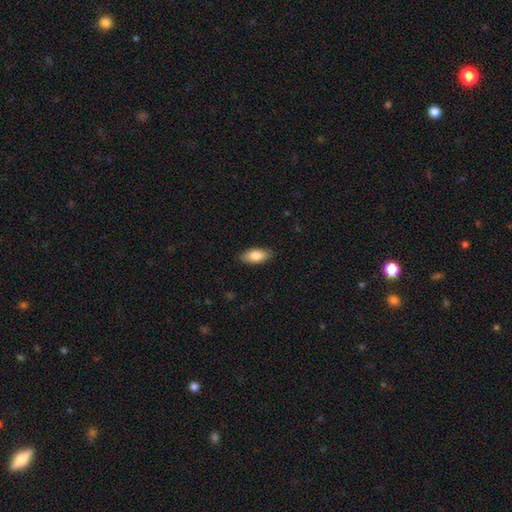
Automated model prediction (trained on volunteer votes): This is clearly a smooth galaxy (83%). How rounded: clearly in between (88%). Merging: clearly none (87%).